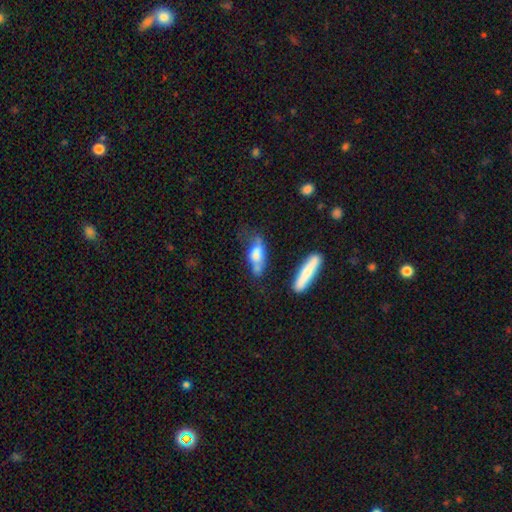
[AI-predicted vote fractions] This is possibly a smooth galaxy (57%). How rounded: possibly in between (58%). Merging: marginally none (36%).